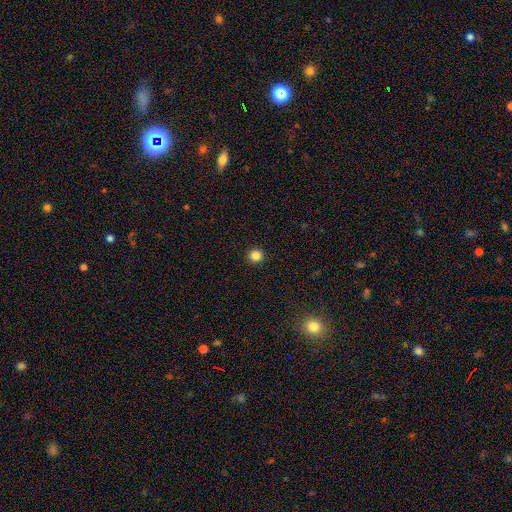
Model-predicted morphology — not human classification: Smooth or featured? smooth (84%)
How rounded? round (96%)
Merging? none (94%)